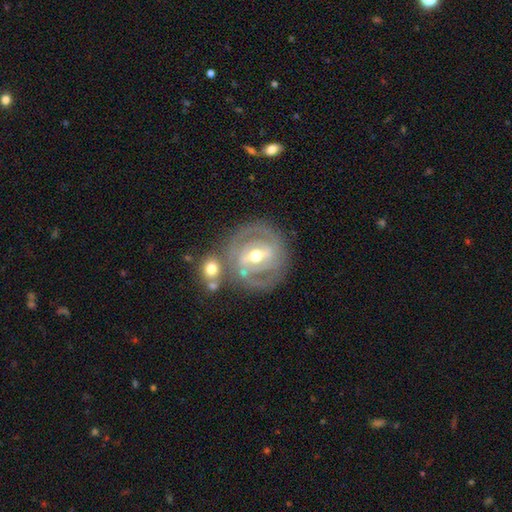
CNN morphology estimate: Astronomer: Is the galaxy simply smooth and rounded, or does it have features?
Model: featured or disk — 83%.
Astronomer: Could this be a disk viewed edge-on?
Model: no — 96%.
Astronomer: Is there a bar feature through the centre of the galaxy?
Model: strong — 46% (runner-up: weak, 39%).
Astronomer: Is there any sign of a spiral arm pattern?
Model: yes — 85%.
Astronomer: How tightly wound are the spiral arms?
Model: tight — 65%.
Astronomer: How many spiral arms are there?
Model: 2 — 58%.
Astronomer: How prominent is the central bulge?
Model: moderate — 68%.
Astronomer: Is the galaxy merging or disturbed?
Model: none — 70%.